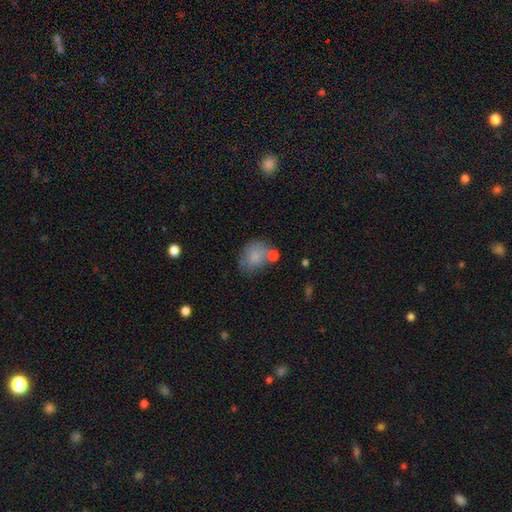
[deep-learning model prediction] This is likely a smooth galaxy (79%). How rounded: possibly in between (54%). Merging: possibly none (52%).